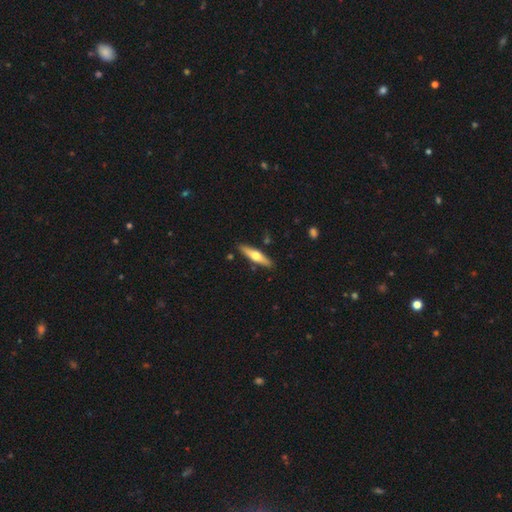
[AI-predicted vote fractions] Smooth or featured: featured or disk — 50% (smooth — 45%)
Edge-on disk: yes — 92% (no — 8%)
Merging: none — 88% (minor disturbance — 8%)